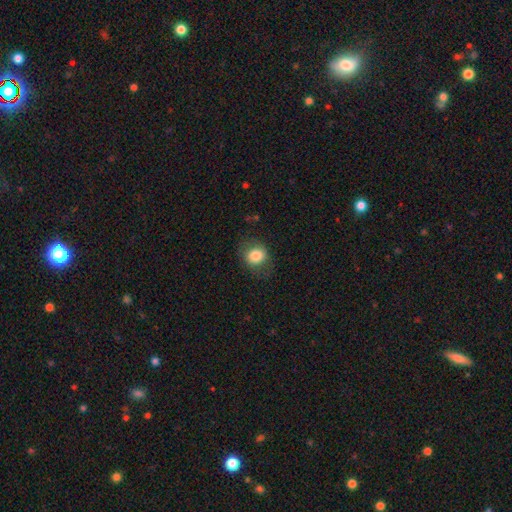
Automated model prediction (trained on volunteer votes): smooth-or-featured: smooth: 82% | featured or disk: 10% | star or artifact: 9%
  how-rounded: round: 67% | in between: 32% | cigar-shaped: 1%
  merging: none: 77% | minor disturbance: 15% | major disturbance: 7% | merger: 1%